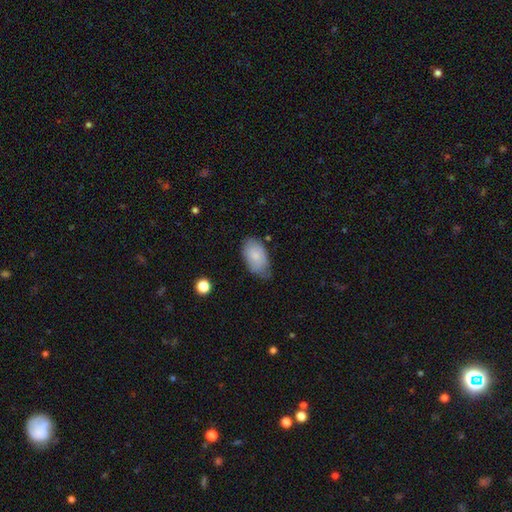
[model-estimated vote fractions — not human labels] smooth-or-featured: smooth: 80% | featured or disk: 13% | star or artifact: 6%
  how-rounded: in between: 94% | round: 5% | cigar-shaped: 2%
  merging: none: 59% | minor disturbance: 33% | major disturbance: 6% | merger: 2%